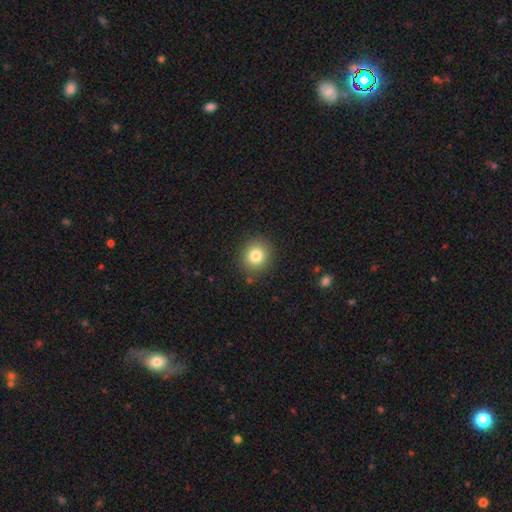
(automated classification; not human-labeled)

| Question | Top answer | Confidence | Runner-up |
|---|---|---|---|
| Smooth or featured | smooth | 82% | star or artifact (11%) |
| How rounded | round | 84% | in between (15%) |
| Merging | none | 87% | minor disturbance (8%) |